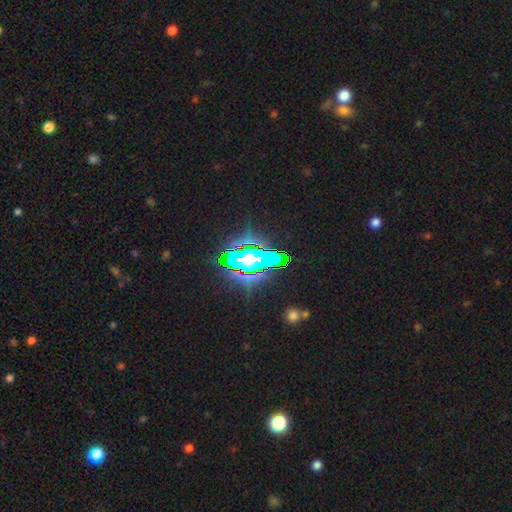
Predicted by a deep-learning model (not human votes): The model was most divided on "smooth or featured": star or artifact: 68%, featured or disk: 17%, smooth: 15%.